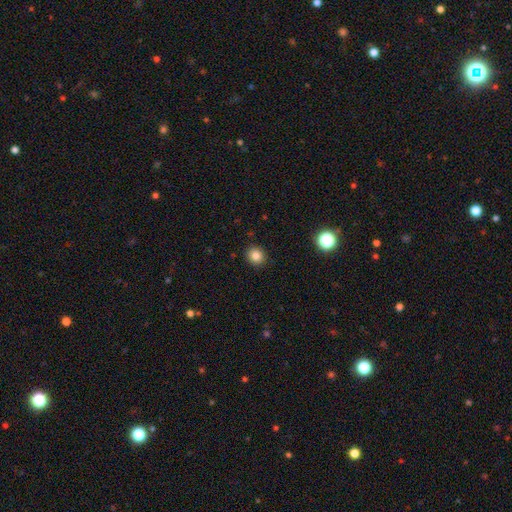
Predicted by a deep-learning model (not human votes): Smooth or featured? Predicted: smooth (p=0.83). How rounded? Predicted: round (p=0.84). Merging? Predicted: none (p=0.91).